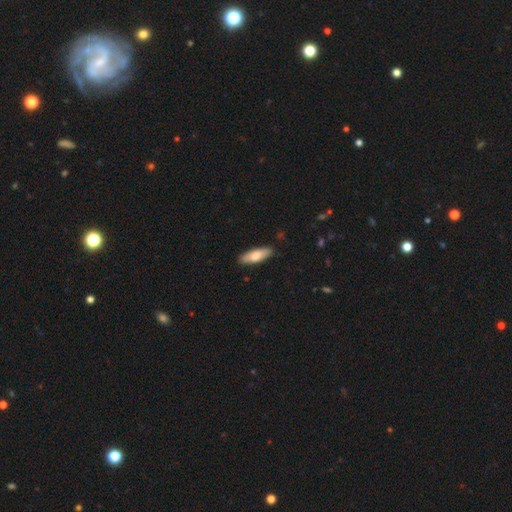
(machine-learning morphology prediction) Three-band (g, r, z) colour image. It shows a smooth galaxy with no disk features (76%) that is in between round and cigar-shaped (53%). Merging: none (88%).